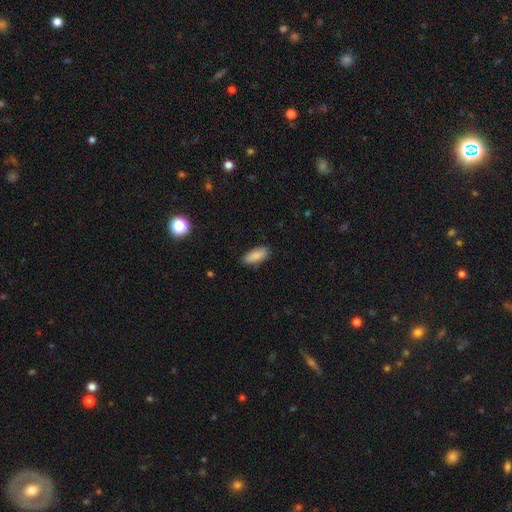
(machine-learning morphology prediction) This is clearly a smooth galaxy (88%). How rounded: clearly in between (80%). Merging: clearly none (85%).